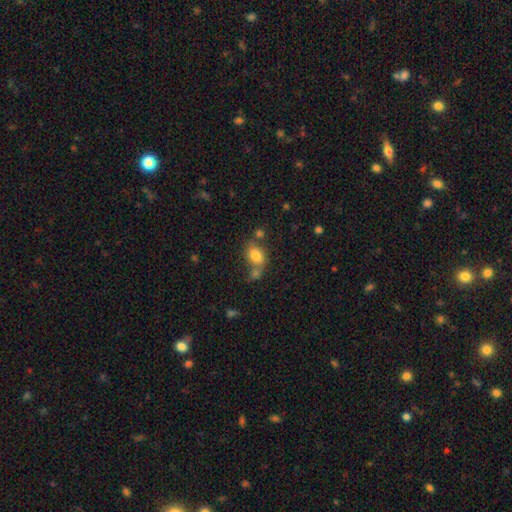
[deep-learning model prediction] Overall: smooth (79%). How rounded: in between (70%). Merging: none (50%; merger 28%).